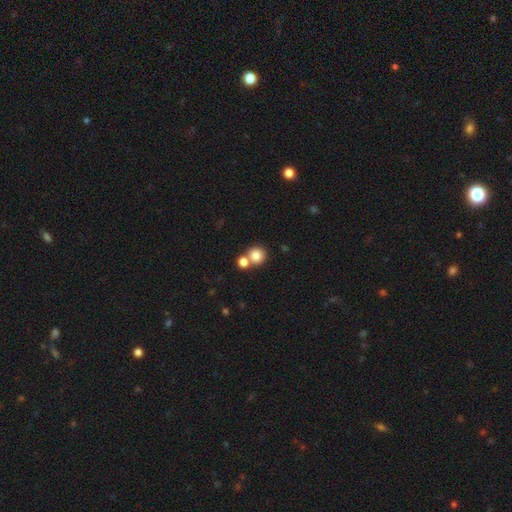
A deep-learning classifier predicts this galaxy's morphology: Smooth or featured?
  - smooth: 83% *
  - star or artifact: 10%
  - featured or disk: 7%
How rounded?
  - round: 88% *
  - in between: 11%
  - cigar-shaped: 1%
Merging?
  - none: 52% *
  - merger: 39%
  - minor disturbance: 7%
  - major disturbance: 3%